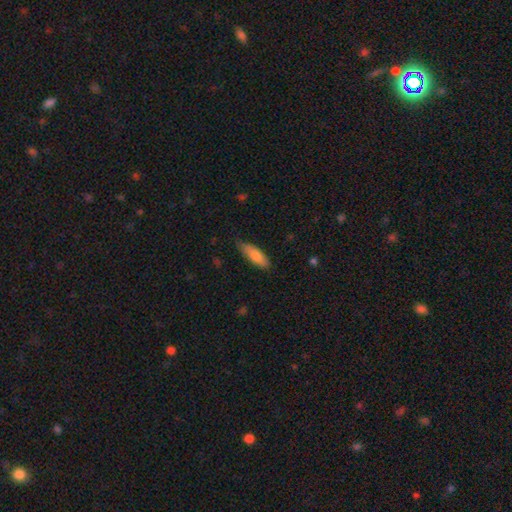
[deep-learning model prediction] The model was most divided on "how rounded": in between: 59%, cigar-shaped: 39%, round: 2%. More confident: smooth or featured — smooth (82%); merging — none (74%).